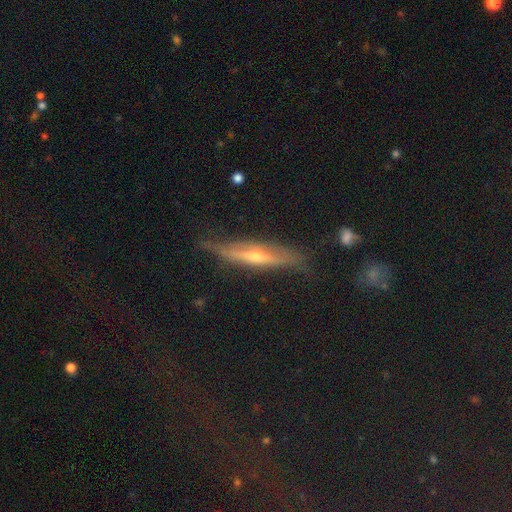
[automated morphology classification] A featured or disk galaxy (71%) viewed edge-on (92%) with a rounded central bulge (82%). Merging: none (75%).